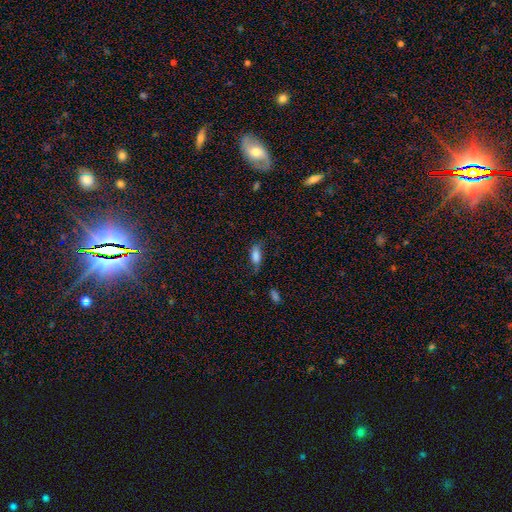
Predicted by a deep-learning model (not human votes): smooth 76%, featured or disk 15%, star or artifact 9%. Down the decision tree: how rounded — in between (81%); merging — none (56%).